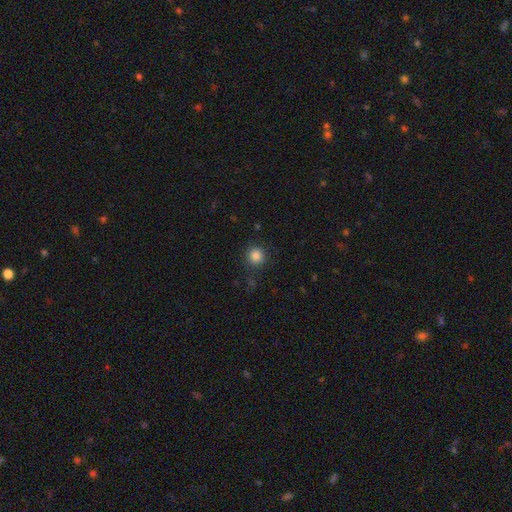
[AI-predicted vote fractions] Overall: smooth (85%). How rounded: round (94%). Merging: none (87%).